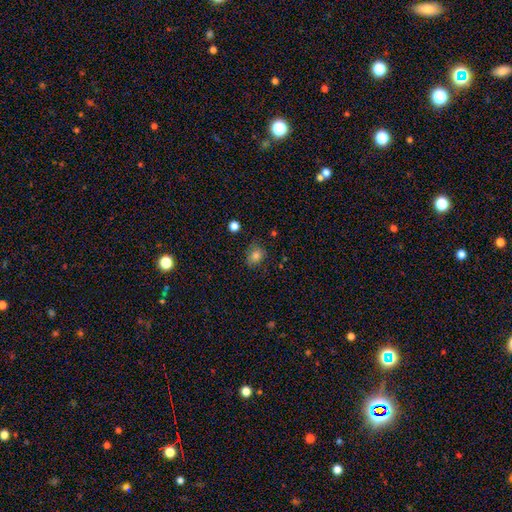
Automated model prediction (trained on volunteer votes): A smooth galaxy with no disk features (82%) that is round (52%). Merging: none (73%).